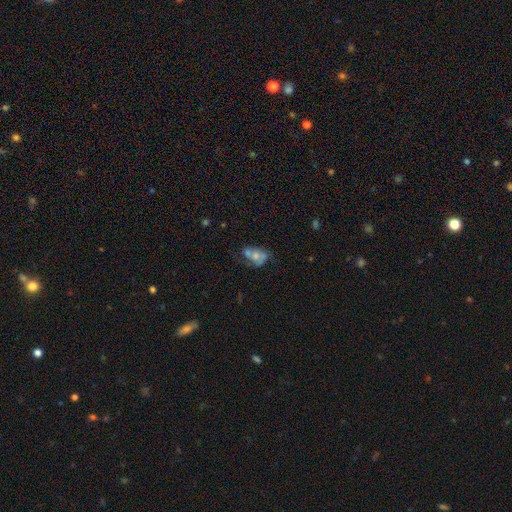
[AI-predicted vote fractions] This is possibly a featured or disk galaxy (45%). Merging: marginally merger (40%).